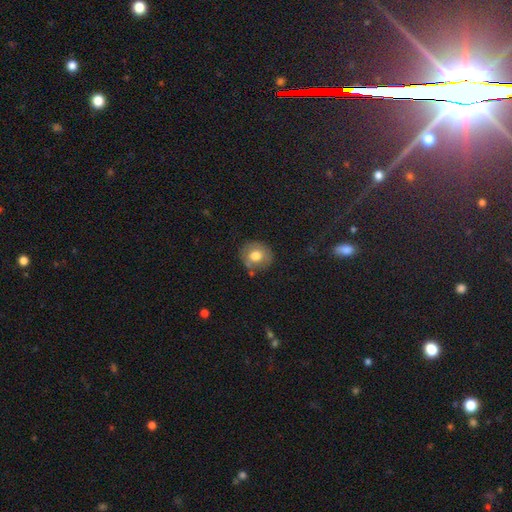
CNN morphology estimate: This is likely a smooth galaxy (71%). How rounded: clearly round (83%). Merging: likely none (77%).